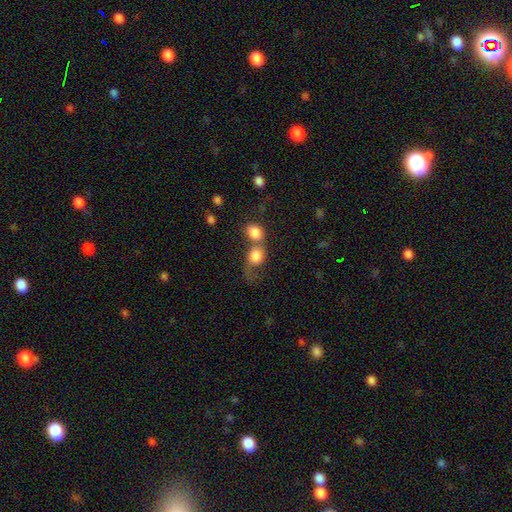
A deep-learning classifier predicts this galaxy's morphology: smooth_or_featured: smooth (p=0.80) [alt: featured or disk p=0.12]
how_rounded: round (p=0.67) [alt: in between p=0.31]
merging: merger (p=0.62) [alt: none p=0.19]